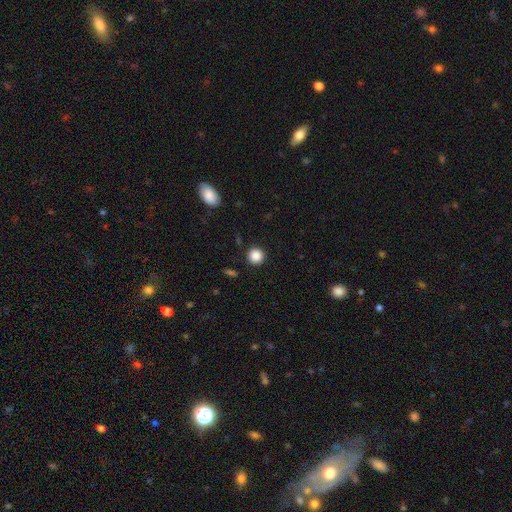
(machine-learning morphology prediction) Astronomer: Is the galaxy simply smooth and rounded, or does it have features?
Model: smooth — 87%.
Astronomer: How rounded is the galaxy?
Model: round — 94%.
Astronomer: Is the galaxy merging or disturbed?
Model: none — 90%.